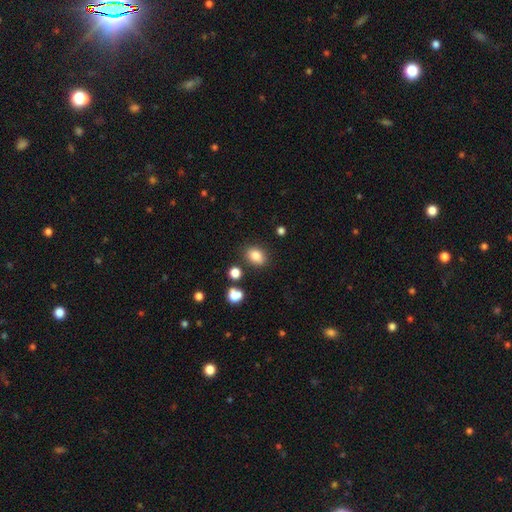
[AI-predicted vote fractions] This appears to be a smooth galaxy with no disk features (83%) that is in between round and cigar-shaped (69%). Merging: none (82%).